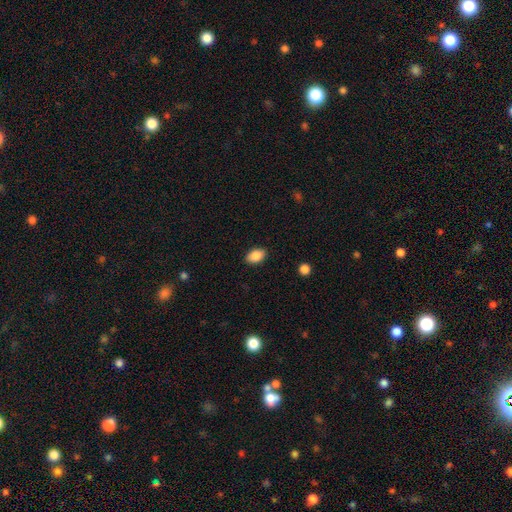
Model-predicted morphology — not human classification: Smooth or featured: smooth — 88% (star or artifact — 7%)
How rounded: in between — 90% (round — 9%)
Merging: none — 89% (minor disturbance — 8%)